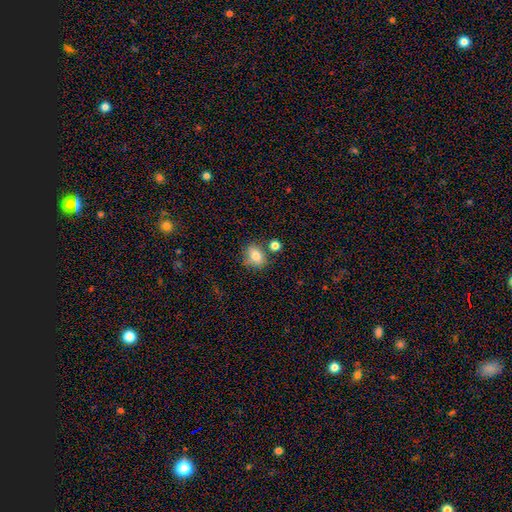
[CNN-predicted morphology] The model was most divided on "how rounded": in between: 55%, round: 43%, cigar-shaped: 2%. More confident: smooth or featured — smooth (78%); merging — none (68%).